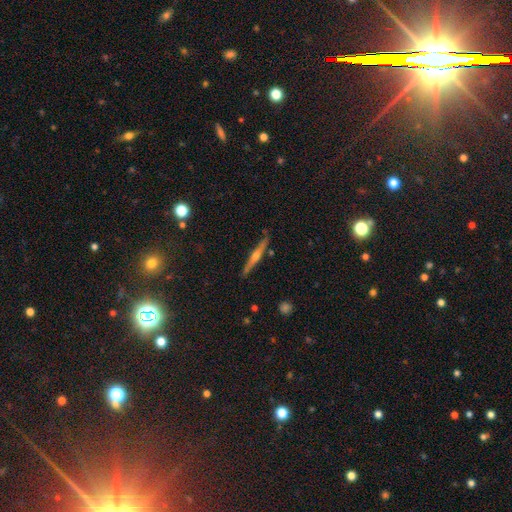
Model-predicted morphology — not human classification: type=featured or disk (75%); edge-on=yes (98%); edge-on bulge=rounded (90%); merging=none (88%).